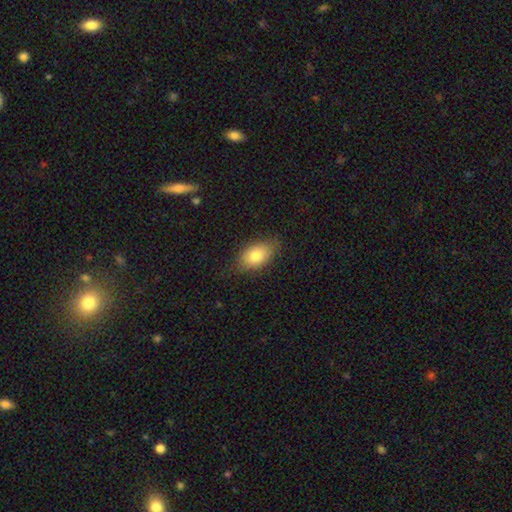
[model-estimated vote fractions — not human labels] A smooth galaxy with no disk features (79%) that is in between round and cigar-shaped (89%).

Vote fractions:
- Smooth or featured? smooth: 79% / featured or disk: 13% / star or artifact: 8%
- How rounded? in between: 89% / round: 8% / cigar-shaped: 3%
- Merging? none: 75% / minor disturbance: 20% / major disturbance: 4% / merger: 1%